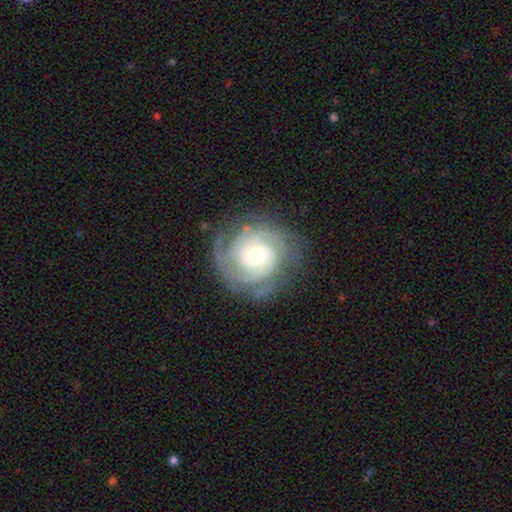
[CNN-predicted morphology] Smooth or featured?
  - featured or disk: 89% *
  - smooth: 7%
  - star or artifact: 5%
Edge-on disk?
  - no: 98% *
  - yes: 2%
Bar?
  - no: 48% *
  - weak: 41%
  - strong: 11%
Spiral arms?
  - yes: 98% *
  - no: 2%
Spiral winding?
  - tight: 71% *
  - medium: 25%
  - loose: 4%
Spiral arm count?
  - 3: 32% *
  - 2: 29%
  - can't tell: 18%
  - 4: 11%
  - more than 4: 6%
  - 1: 6%
Bulge size?
  - moderate: 60% *
  - small: 28%
  - large: 9%
  - none: 1%
  - dominant: 1%
Merging?
  - none: 79% *
  - minor disturbance: 14%
  - major disturbance: 5%
  - merger: 1%